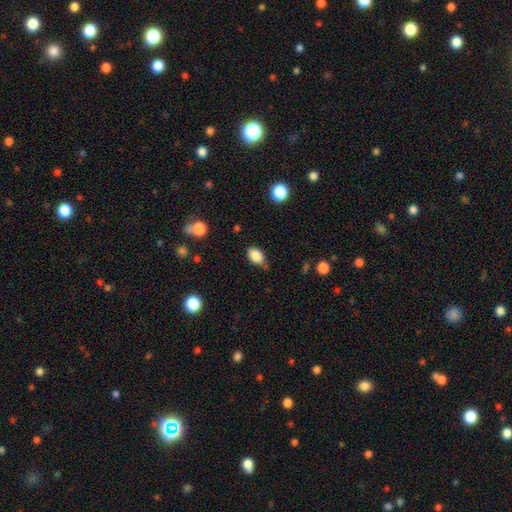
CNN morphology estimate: The model was most divided on "merging": none: 75%, minor disturbance: 18%, merger: 3%, major disturbance: 3%. More confident: smooth or featured — smooth (86%); how rounded — in between (84%).